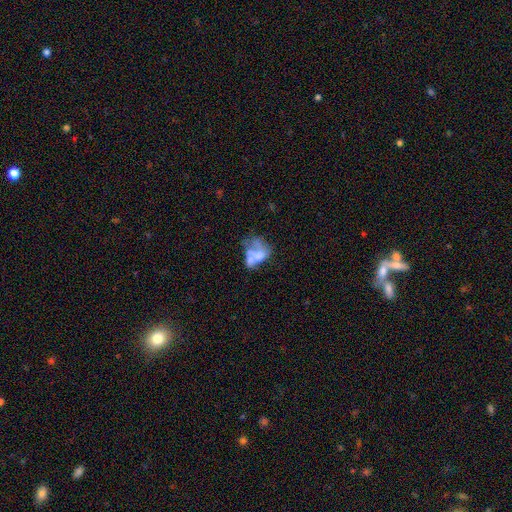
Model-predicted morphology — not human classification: Smooth or featured? Predicted: featured or disk (p=0.47). Merging? Predicted: merger (p=0.41).